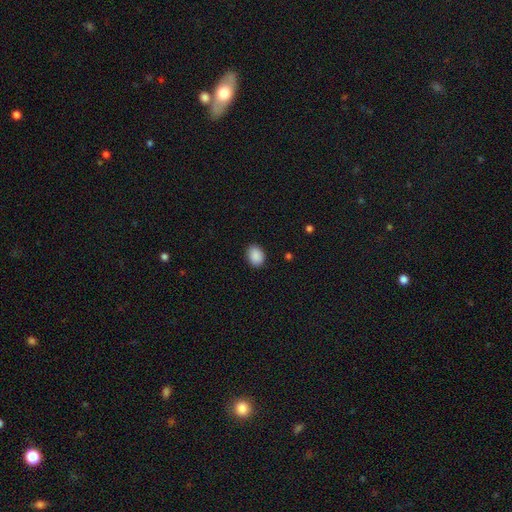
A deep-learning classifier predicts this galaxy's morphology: A smooth galaxy with no disk features (90%) that is in between round and cigar-shaped (68%). Merging: none (88%).